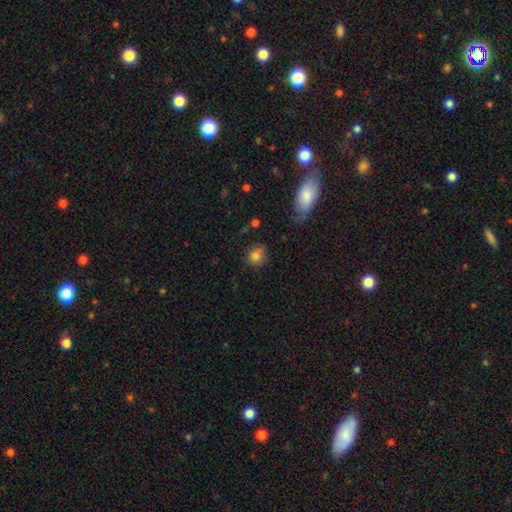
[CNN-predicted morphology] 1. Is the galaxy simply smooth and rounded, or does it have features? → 80% smooth, 12% star or artifact, 8% featured or disk.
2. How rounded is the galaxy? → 78% round, 21% in between, 1% cigar-shaped.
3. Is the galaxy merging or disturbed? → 70% none, 20% minor disturbance, 6% merger, 5% major disturbance.